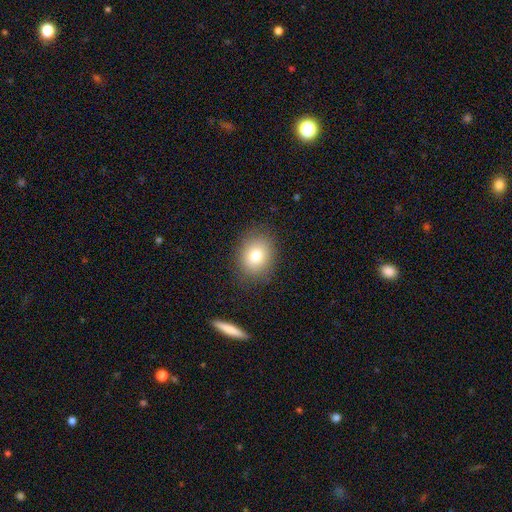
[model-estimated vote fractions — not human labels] This appears to be a smooth galaxy with no disk features (79%) that is round (55%). Merging: none (85%).